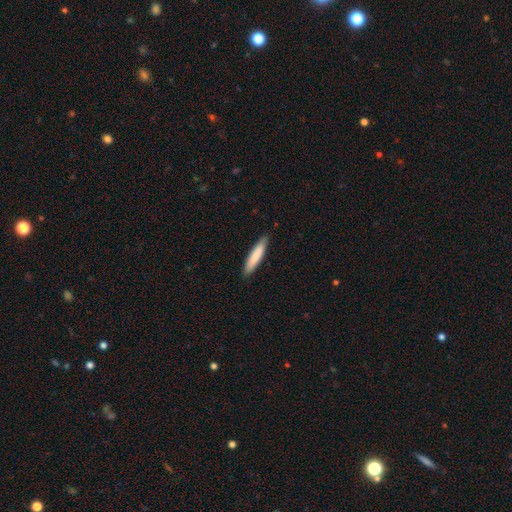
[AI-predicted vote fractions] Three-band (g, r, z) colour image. It shows a smooth galaxy with no disk features (82%) that is cigar-shaped (87%). Merging: none (89%).